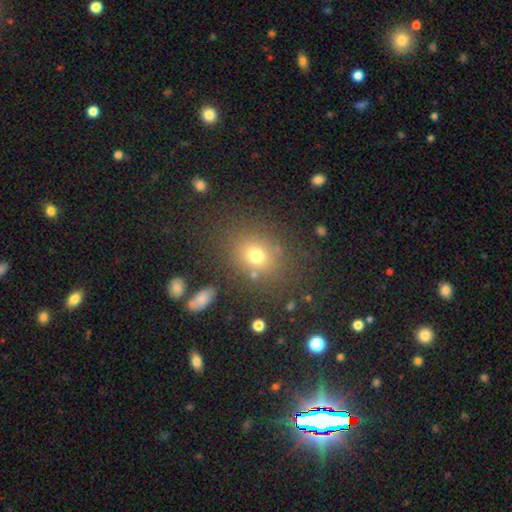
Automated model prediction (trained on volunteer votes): A smooth galaxy with no disk features (72%) that is round (62%). Merging: none (79%).